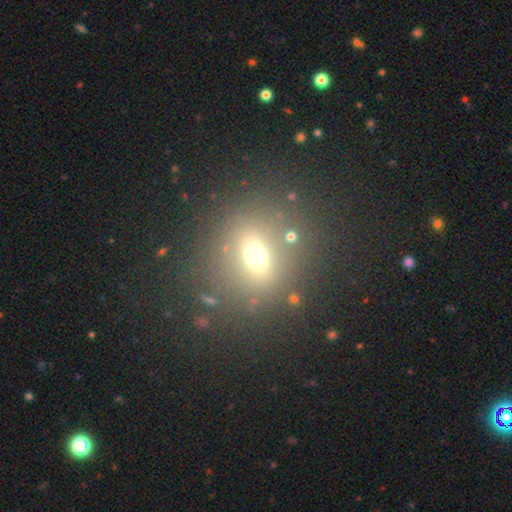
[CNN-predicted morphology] smooth_or_featured: smooth (p=0.59) [alt: star or artifact p=0.22]
how_rounded: in between (p=0.48) [tied with: round p=0.48]
merging: none (p=0.78) [alt: minor disturbance p=0.10]